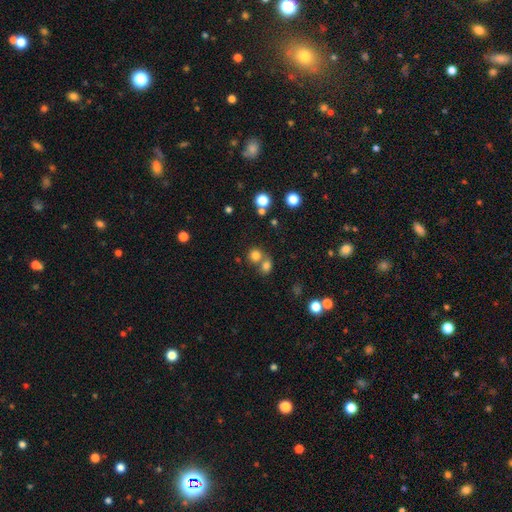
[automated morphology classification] This appears to be a smooth galaxy with no disk features (77%) that is round (85%). Merging: none (53%).